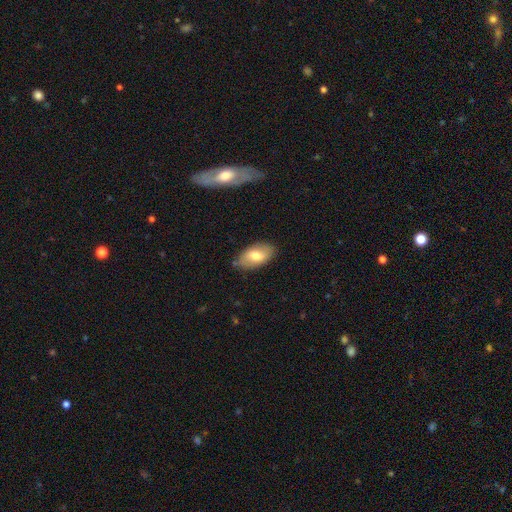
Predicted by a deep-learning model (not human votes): Smooth or featured: smooth — 70% (featured or disk — 23%)
How rounded: in between — 94% (round — 4%)
Merging: none — 81% (minor disturbance — 15%)